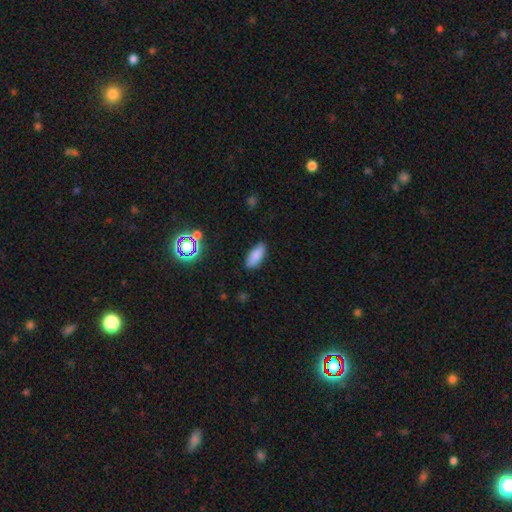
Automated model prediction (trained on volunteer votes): Overall: smooth (83%). How rounded: in between (81%). Merging: none (82%).